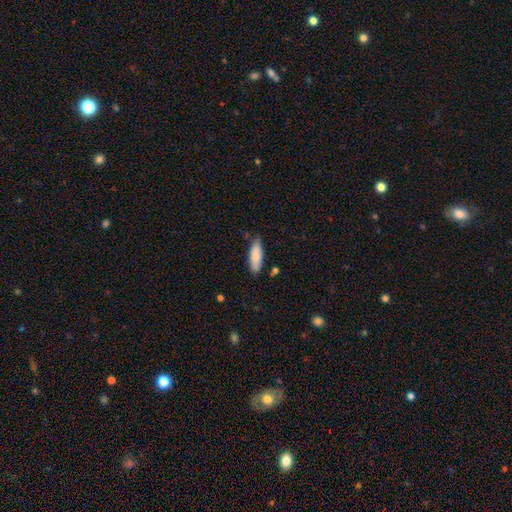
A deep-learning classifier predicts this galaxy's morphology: Smooth or featured: smooth — 83% (featured or disk — 11%)
How rounded: in between — 60% (cigar-shaped — 38%)
Merging: none — 74% (minor disturbance — 20%)